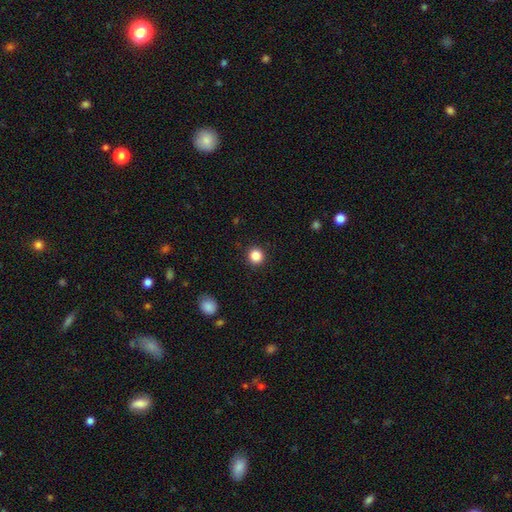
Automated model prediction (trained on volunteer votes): Smooth or featured: smooth — 86% (star or artifact — 11%)
How rounded: round — 93% (in between — 6%)
Merging: none — 92% (minor disturbance — 5%)